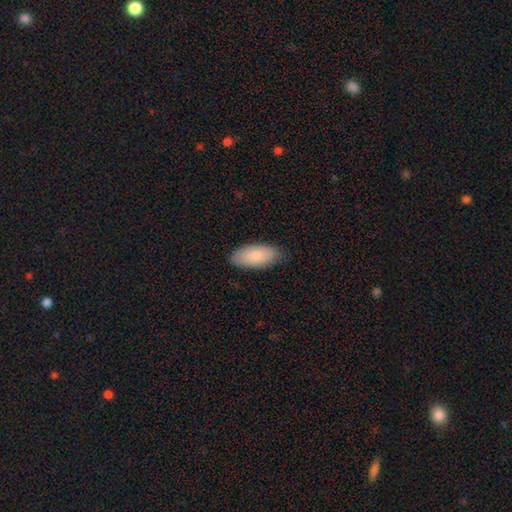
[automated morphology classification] This is clearly a smooth galaxy (83%). How rounded: clearly in between (91%). Merging: clearly none (84%).